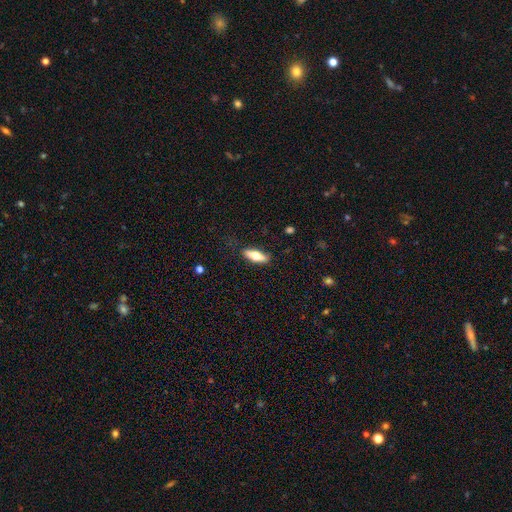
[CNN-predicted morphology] smooth 65%, featured or disk 29%, star or artifact 6%. Down the decision tree: how rounded — in between (59%); merging — none (84%).